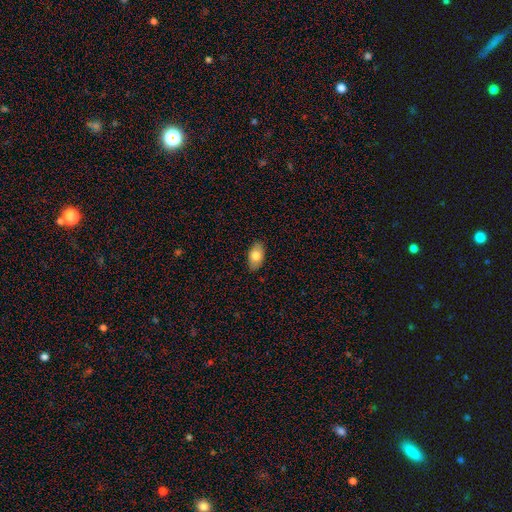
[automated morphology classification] The model was most divided on "smooth or featured": smooth: 76%, featured or disk: 17%, star or artifact: 7%. More confident: how rounded — in between (93%); merging — none (87%).